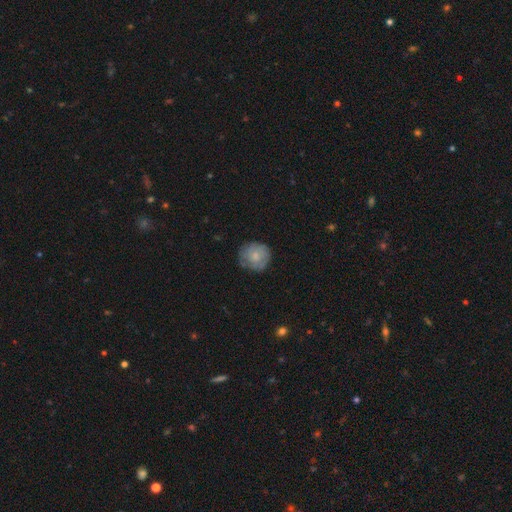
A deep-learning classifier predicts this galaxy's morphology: Smooth or featured? Predicted: smooth (p=0.58). How rounded? Predicted: round (p=0.88). Merging? Predicted: none (p=0.73).